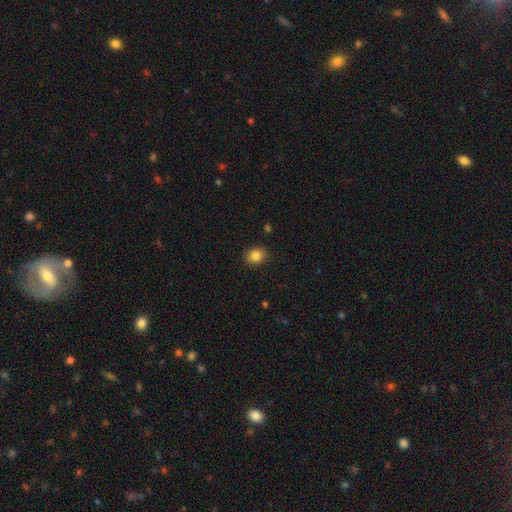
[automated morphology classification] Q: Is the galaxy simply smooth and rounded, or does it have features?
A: smooth — 84%.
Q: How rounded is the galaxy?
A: round — 60%.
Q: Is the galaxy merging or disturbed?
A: none — 88%.